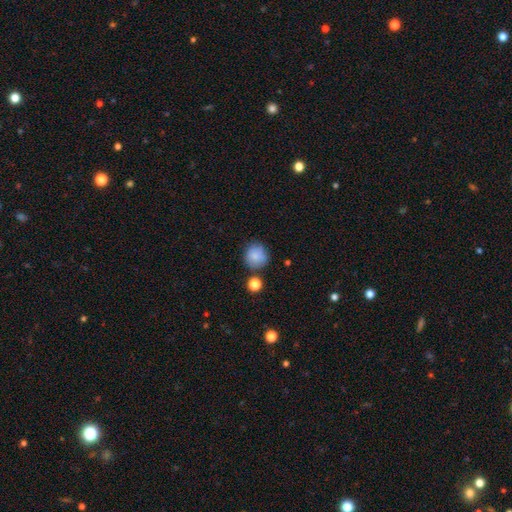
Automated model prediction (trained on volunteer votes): Smooth or featured?
  - smooth: 82% *
  - star or artifact: 9%
  - featured or disk: 8%
How rounded?
  - round: 90% *
  - in between: 9%
  - cigar-shaped: 1%
Merging?
  - none: 74% *
  - minor disturbance: 15%
  - merger: 7%
  - major disturbance: 4%